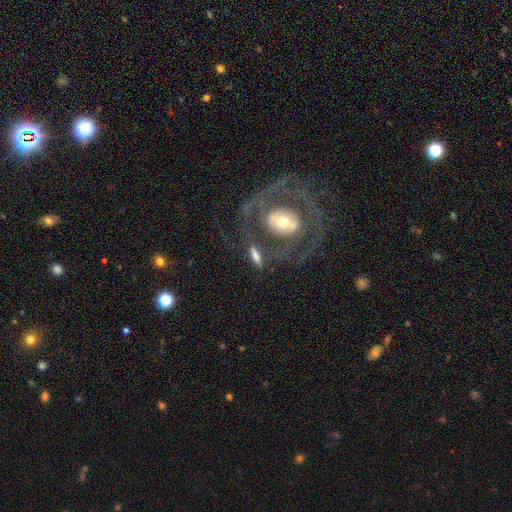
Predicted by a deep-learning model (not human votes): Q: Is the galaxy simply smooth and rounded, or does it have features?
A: featured or disk — 47%.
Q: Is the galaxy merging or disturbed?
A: none — 51%.